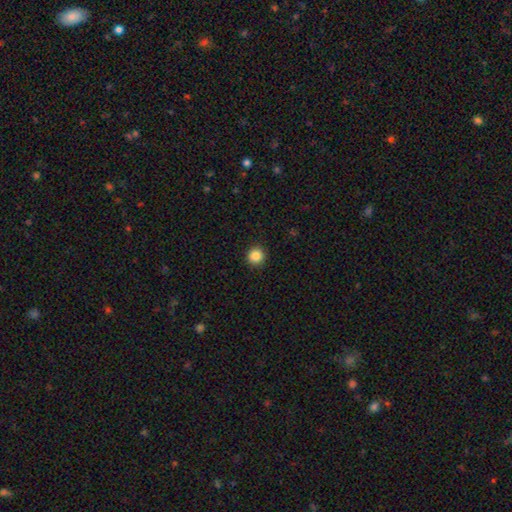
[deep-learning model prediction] smooth_or_featured: smooth (p=0.86) [alt: star or artifact p=0.11]
how_rounded: round (p=0.94) [alt: in between p=0.05]
merging: none (p=0.92) [alt: minor disturbance p=0.05]